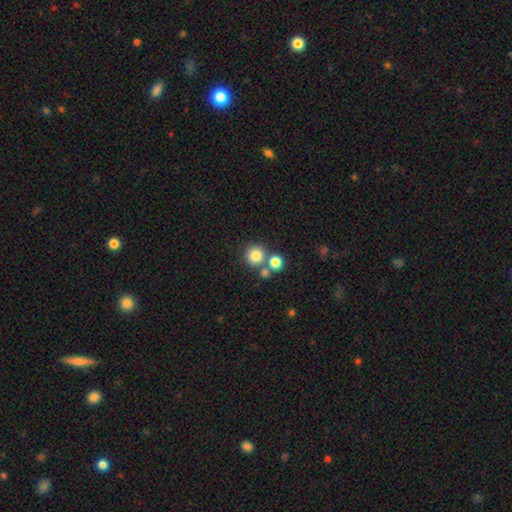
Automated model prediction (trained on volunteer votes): Smooth or featured: smooth — 80% (star or artifact — 12%)
How rounded: round — 93% (in between — 6%)
Merging: none — 66% (merger — 24%)